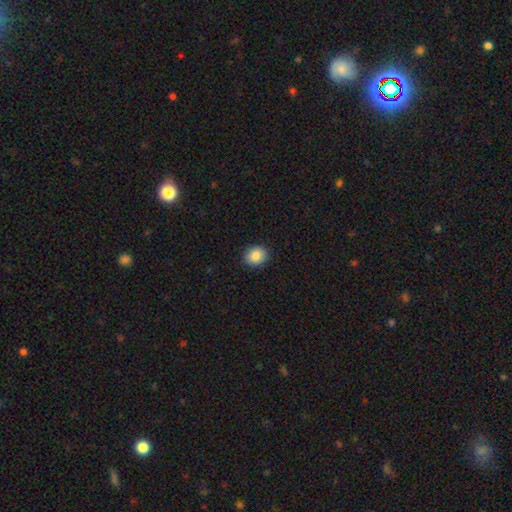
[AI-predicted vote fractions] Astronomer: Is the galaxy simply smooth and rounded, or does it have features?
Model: smooth — 87%.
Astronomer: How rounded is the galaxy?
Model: round — 62% (runner-up: in between, 38%).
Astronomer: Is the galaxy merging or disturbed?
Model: none — 91%.